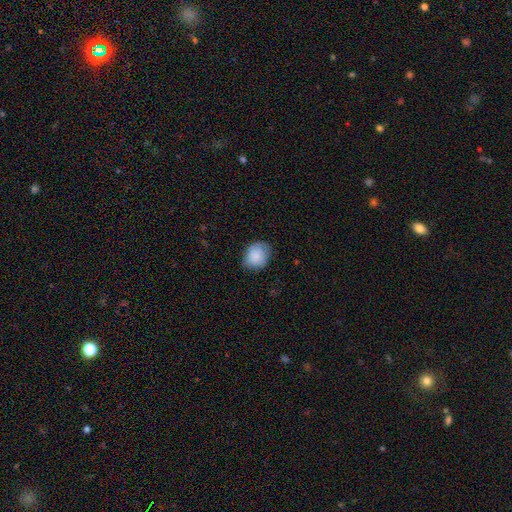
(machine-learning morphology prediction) smooth 86%, featured or disk 7%, star or artifact 7%. Down the decision tree: how rounded — round (59%); merging — none (68%).